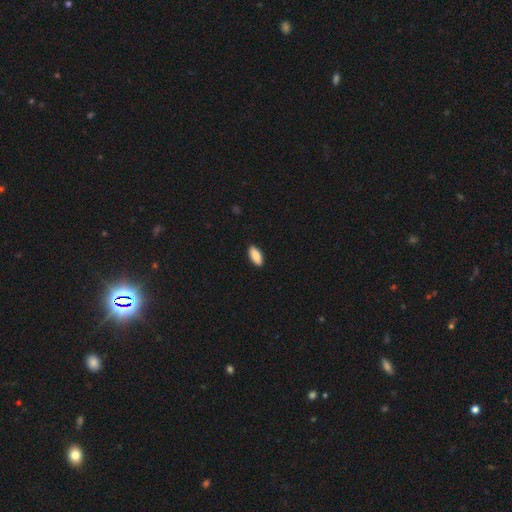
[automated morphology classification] smooth-or-featured: smooth: 89% | star or artifact: 6% | featured or disk: 5%
  how-rounded: in between: 85% | cigar-shaped: 13% | round: 2%
  merging: none: 90% | minor disturbance: 7% | major disturbance: 2% | merger: 1%